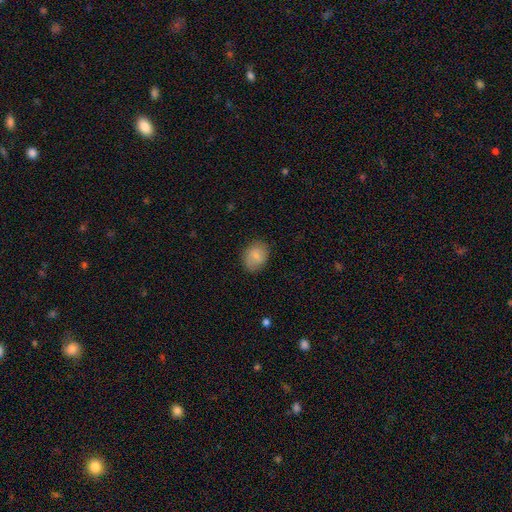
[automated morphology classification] smooth 78%, featured or disk 14%, star or artifact 8%. Down the decision tree: how rounded — in between (58%); merging — none (81%).